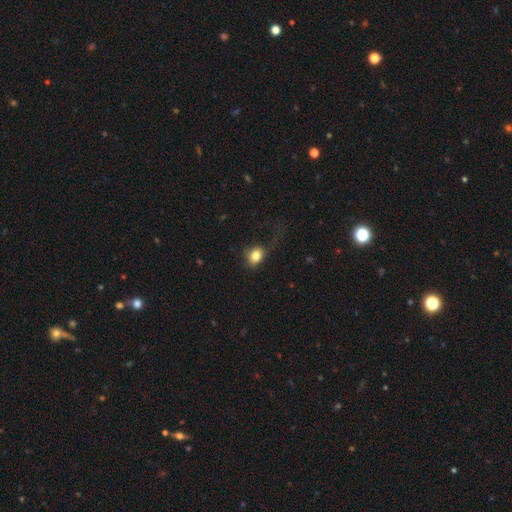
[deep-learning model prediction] Smooth or featured? smooth (81%)
How rounded? in between (50%)
Merging? none (54%)